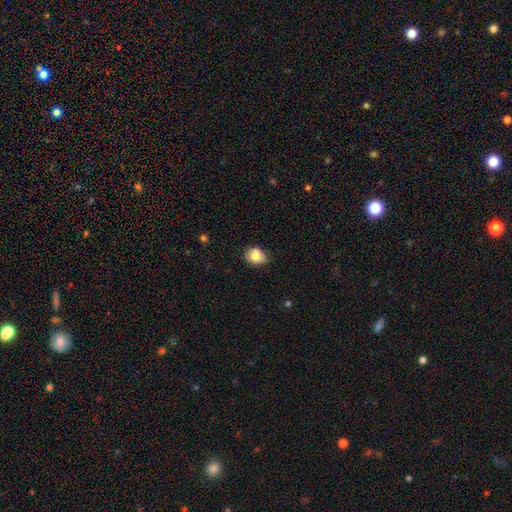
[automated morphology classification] A smooth galaxy with no disk features (81%) that is in between round and cigar-shaped (52%).

Vote fractions:
- Smooth or featured? smooth: 81% / featured or disk: 10% / star or artifact: 9%
- How rounded? in between: 52% / round: 47% / cigar-shaped: 1%
- Merging? none: 65% / minor disturbance: 27% / major disturbance: 4% / merger: 3%